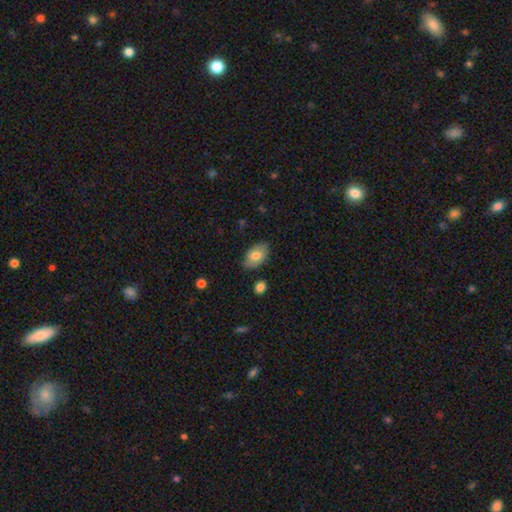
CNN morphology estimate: smooth-or-featured: smooth: 77% | featured or disk: 17% | star or artifact: 7%
  how-rounded: in between: 92% | round: 6% | cigar-shaped: 1%
  merging: none: 80% | minor disturbance: 15% | major disturbance: 3% | merger: 2%